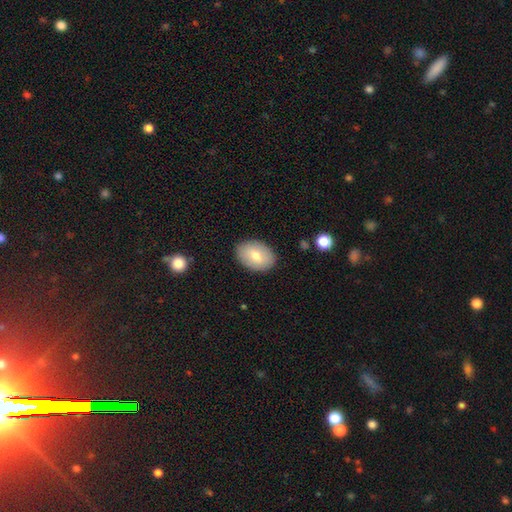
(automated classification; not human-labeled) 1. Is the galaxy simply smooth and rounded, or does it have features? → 72% smooth, 21% featured or disk, 7% star or artifact.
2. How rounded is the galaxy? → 82% in between, 17% round, 1% cigar-shaped.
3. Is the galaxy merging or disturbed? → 87% none, 10% minor disturbance, 2% major disturbance, 1% merger.